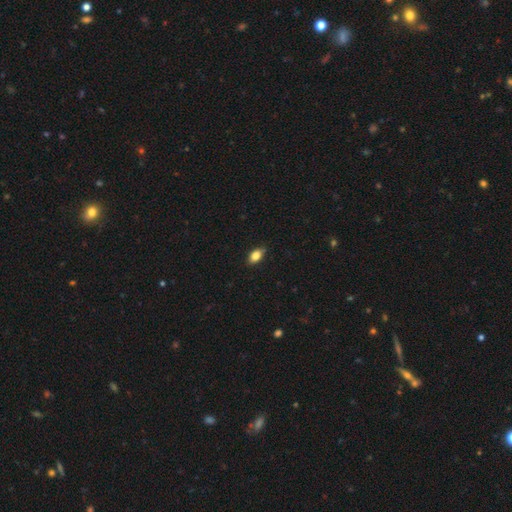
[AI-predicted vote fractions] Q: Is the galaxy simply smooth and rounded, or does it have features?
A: smooth — 83%.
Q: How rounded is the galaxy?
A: in between — 88%.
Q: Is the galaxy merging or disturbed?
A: none — 83%.